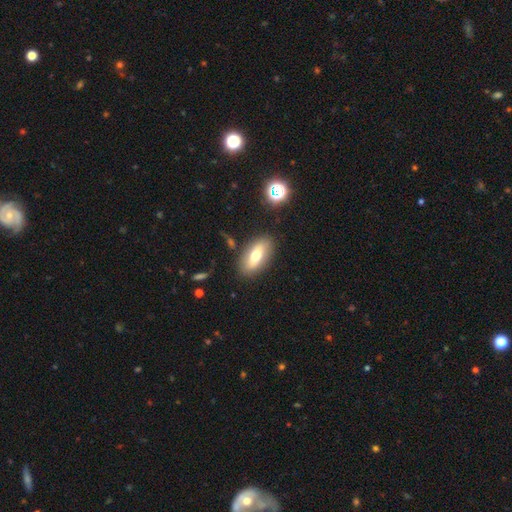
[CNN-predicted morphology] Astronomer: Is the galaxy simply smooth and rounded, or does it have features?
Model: smooth — 65%.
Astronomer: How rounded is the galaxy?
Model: in between — 85%.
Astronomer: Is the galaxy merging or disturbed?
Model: none — 83%.